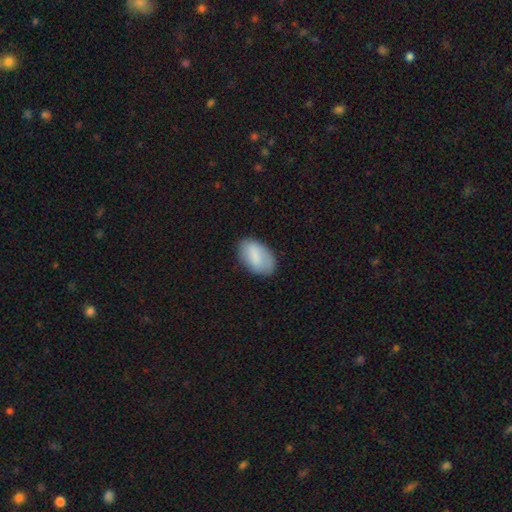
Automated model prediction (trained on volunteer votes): Smooth or featured?
  - smooth: 78% *
  - featured or disk: 16%
  - star or artifact: 7%
How rounded?
  - in between: 93% *
  - round: 5%
  - cigar-shaped: 2%
Merging?
  - none: 77% *
  - minor disturbance: 17%
  - major disturbance: 4%
  - merger: 1%